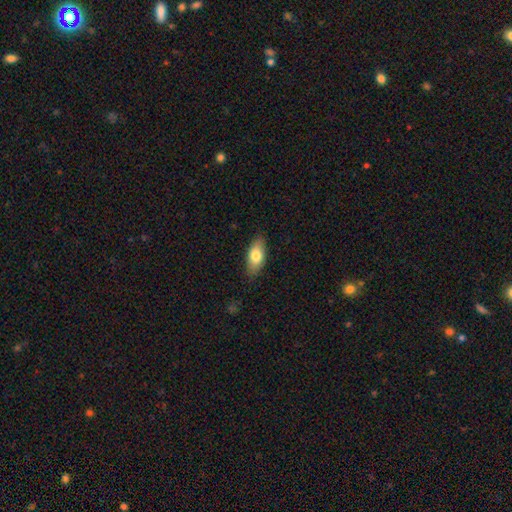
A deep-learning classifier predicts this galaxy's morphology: smooth 77%, featured or disk 16%, star or artifact 6%. Down the decision tree: how rounded — in between (86%); merging — none (84%).